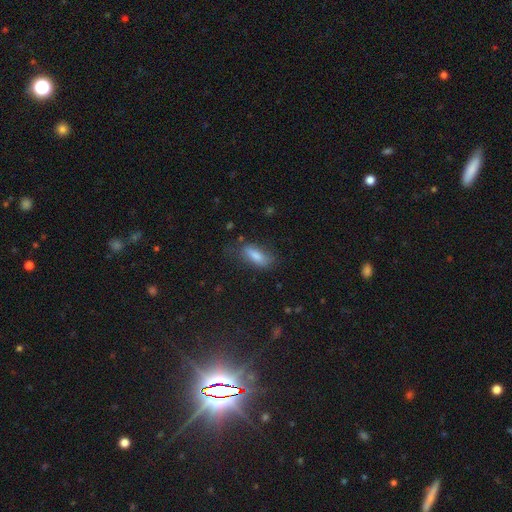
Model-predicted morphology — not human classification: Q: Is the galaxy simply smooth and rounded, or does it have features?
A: smooth — 79%.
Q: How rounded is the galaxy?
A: in between — 70%.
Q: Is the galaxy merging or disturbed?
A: none — 64%.